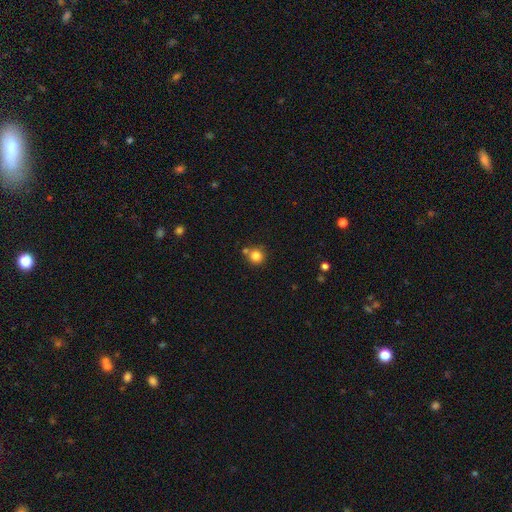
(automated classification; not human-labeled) smooth-or-featured: smooth: 82% | star or artifact: 11% | featured or disk: 6%
  how-rounded: round: 91% | in between: 8% | cigar-shaped: 1%
  merging: none: 67% | merger: 18% | minor disturbance: 11% | major disturbance: 3%